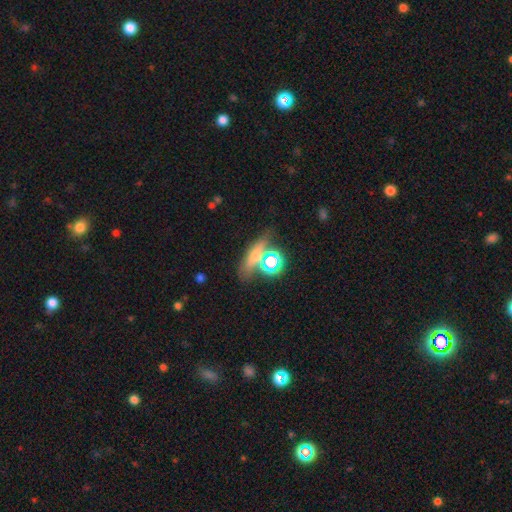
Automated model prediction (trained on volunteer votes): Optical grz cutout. It shows a smooth galaxy with no disk features (44%). Merging: none (60%).